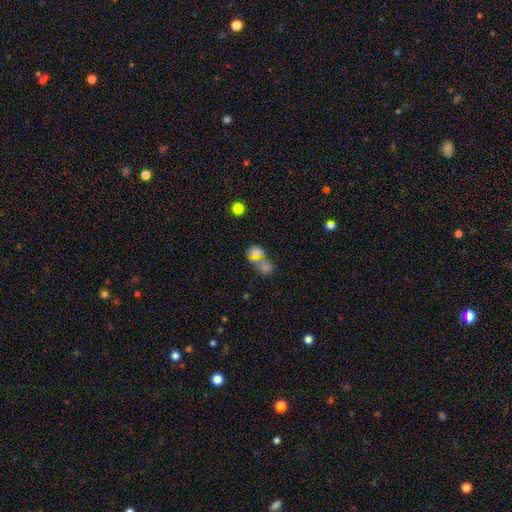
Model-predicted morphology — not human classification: smooth_or_featured: smooth (p=0.59) [alt: star or artifact p=0.26]
how_rounded: in between (p=0.60) [alt: round p=0.37]
merging: merger (p=0.40) [tied with: none p=0.40]